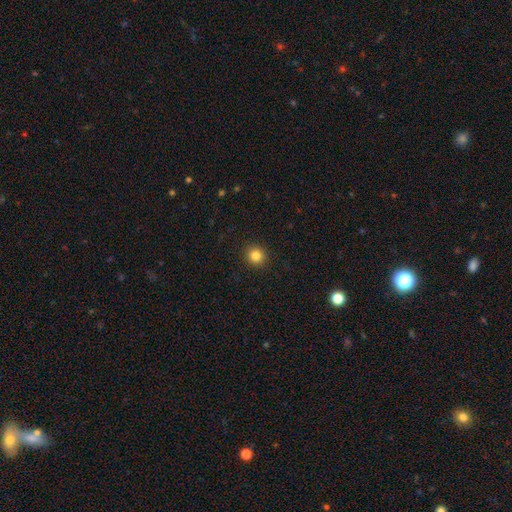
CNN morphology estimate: Smooth or featured? Predicted: smooth (p=0.84). How rounded? Predicted: round (p=0.91). Merging? Predicted: none (p=0.92).